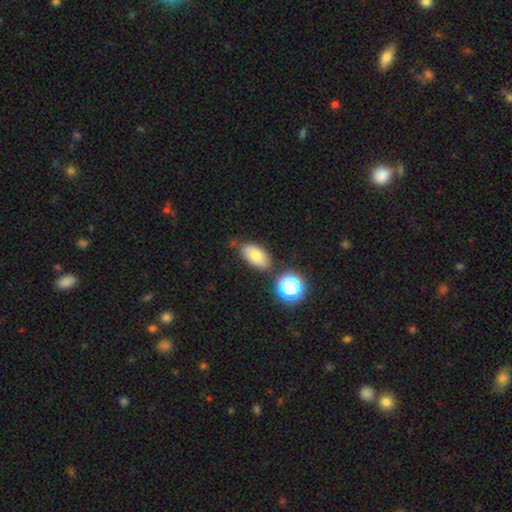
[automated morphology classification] Smooth or featured?
  - smooth: 76% *
  - featured or disk: 14%
  - star or artifact: 10%
How rounded?
  - in between: 89% *
  - round: 8%
  - cigar-shaped: 3%
Merging?
  - none: 72% *
  - minor disturbance: 16%
  - merger: 8%
  - major disturbance: 4%